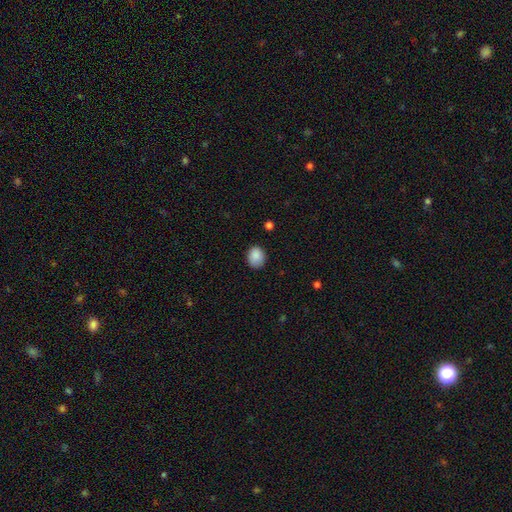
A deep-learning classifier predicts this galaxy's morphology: A smooth galaxy with no disk features (88%) that is round (50%). Merging: none (77%).